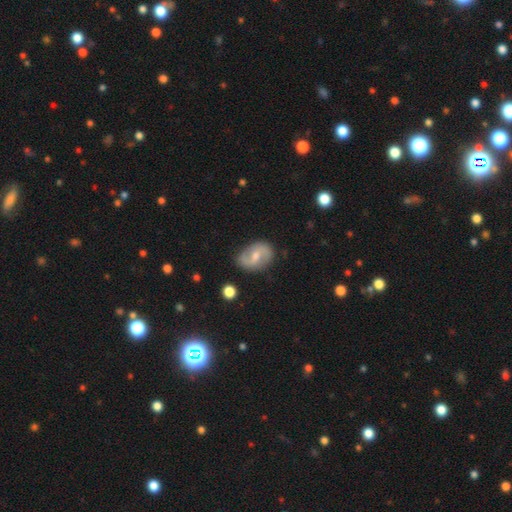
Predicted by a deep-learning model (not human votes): This appears to be a featured or disk galaxy (73%) with a weak bar (54%), 2 (89%) medium (45%) spiral arms (91%) and a moderate central bulge (57%). Merging: none (79%).